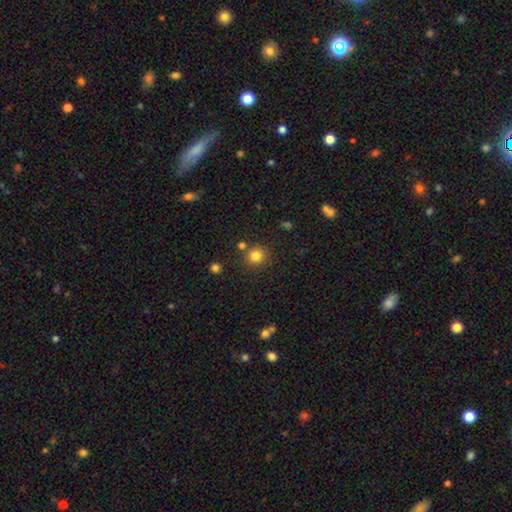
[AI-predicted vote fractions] Q: Smooth or featured?
A: smooth (82%); runner-up: star or artifact (12%)
Q: How rounded?
A: round (93%); runner-up: in between (6%)
Q: Merging?
A: none (83%); runner-up: minor disturbance (7%)